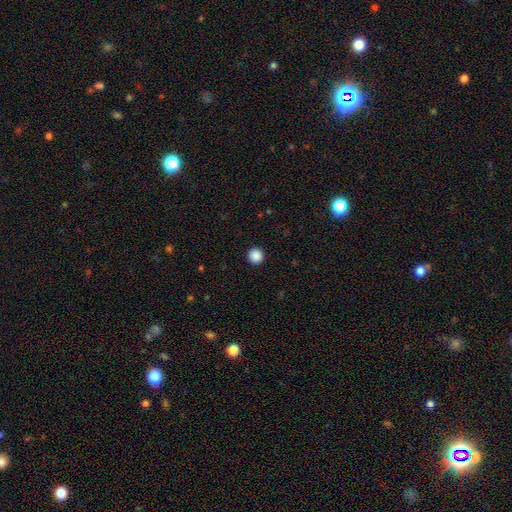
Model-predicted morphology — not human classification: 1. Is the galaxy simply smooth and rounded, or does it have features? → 88% smooth, 9% star or artifact, 2% featured or disk.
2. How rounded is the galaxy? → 96% round, 3% in between, 1% cigar-shaped.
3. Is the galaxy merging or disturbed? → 94% none, 4% minor disturbance, 1% major disturbance, 1% merger.